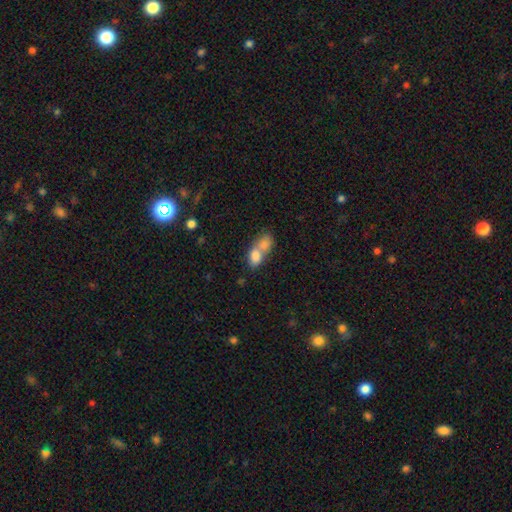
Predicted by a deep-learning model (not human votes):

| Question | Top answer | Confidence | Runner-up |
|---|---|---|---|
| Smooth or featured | smooth | 77% | featured or disk (15%) |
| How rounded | in between | 79% | round (18%) |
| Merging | merger | 74% | none (16%) |